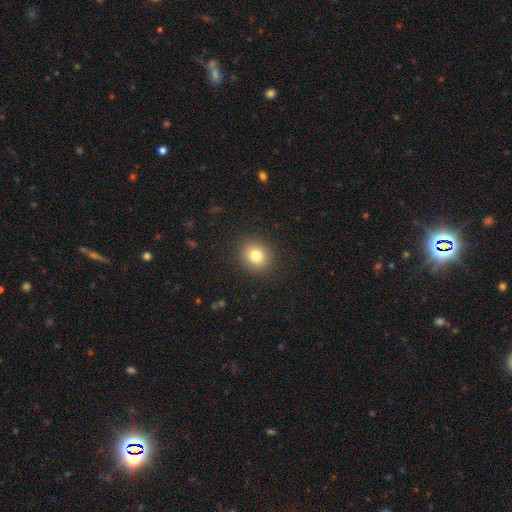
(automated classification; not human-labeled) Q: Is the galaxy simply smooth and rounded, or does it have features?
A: smooth — 80%.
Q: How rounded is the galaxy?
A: round — 82%.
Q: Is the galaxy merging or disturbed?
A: none — 90%.